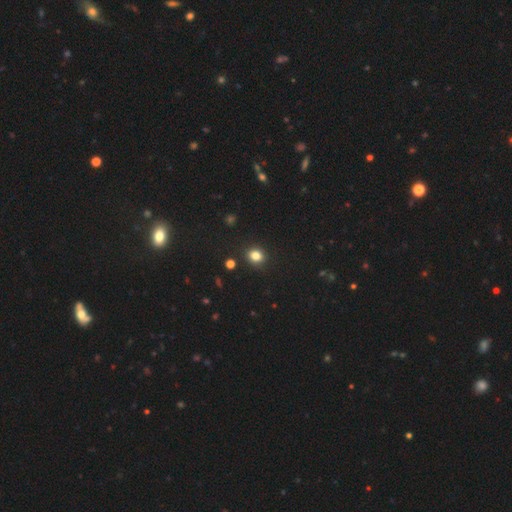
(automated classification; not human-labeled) Smooth or featured?
  - smooth: 82% *
  - star or artifact: 13%
  - featured or disk: 5%
How rounded?
  - round: 70% *
  - in between: 29%
  - cigar-shaped: 1%
Merging?
  - none: 88% *
  - minor disturbance: 7%
  - major disturbance: 2%
  - merger: 2%